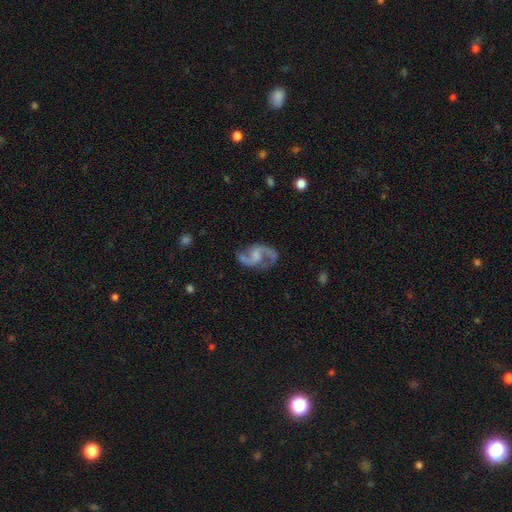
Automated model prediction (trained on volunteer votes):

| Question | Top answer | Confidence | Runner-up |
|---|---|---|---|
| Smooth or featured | featured or disk | 89% | smooth (5%) |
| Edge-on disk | no | 98% | yes (2%) |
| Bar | weak | 49% | no (38%) |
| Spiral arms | yes | 97% | no (3%) |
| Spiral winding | loose | 48% | medium (44%) |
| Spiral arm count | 2 | 93% | can't tell (2%) |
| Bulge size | none | 42% | small (28%) |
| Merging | none | 74% | minor disturbance (15%) |